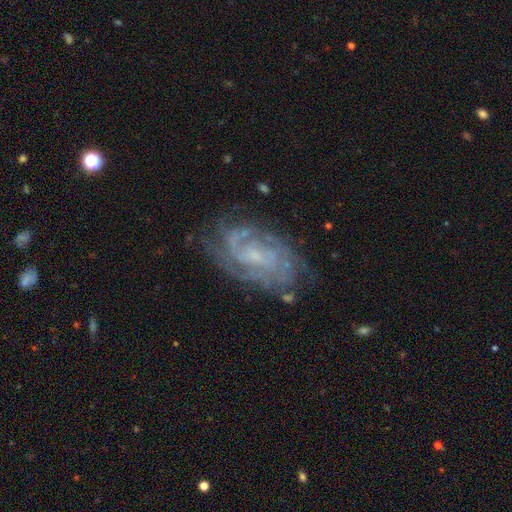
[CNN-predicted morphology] A featured or disk galaxy (85%) with no bar (51%), 2 (38%) tight (63%) spiral arms (96%) and a small central bulge (66%). Merging: none (72%).